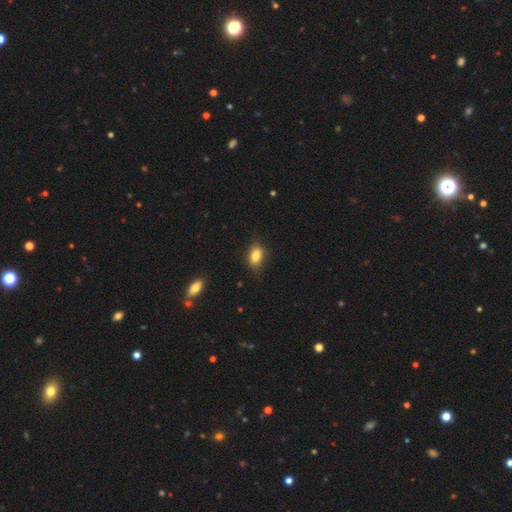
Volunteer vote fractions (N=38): A smooth galaxy with no disk features (82%) that is in between round and cigar-shaped (77%).

Vote fractions:
- Smooth or featured? smooth: 82% / featured or disk: 11% / star or artifact: 8%
- How rounded? in between: 77% / round: 16% / cigar-shaped: 6%
- Merging? none: 80% / minor disturbance: 17% / major disturbance: 3% / merger: 0%